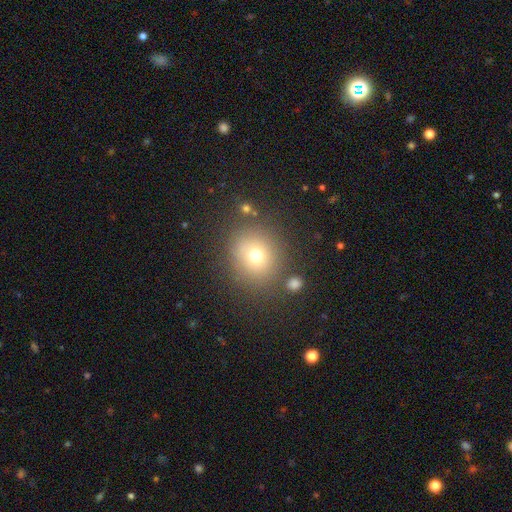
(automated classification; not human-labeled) This appears to be a smooth galaxy with no disk features (70%) that is round (83%). Merging: none (80%).